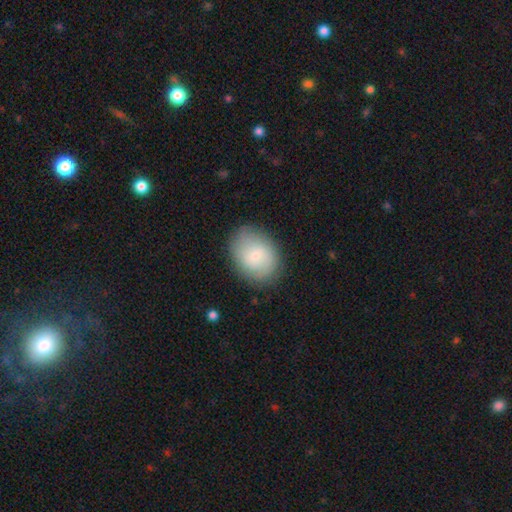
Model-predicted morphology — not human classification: smooth_or_featured: smooth (p=0.70) [alt: featured or disk p=0.23]
how_rounded: in between (p=0.62) [alt: round p=0.37]
merging: none (p=0.82) [alt: minor disturbance p=0.12]